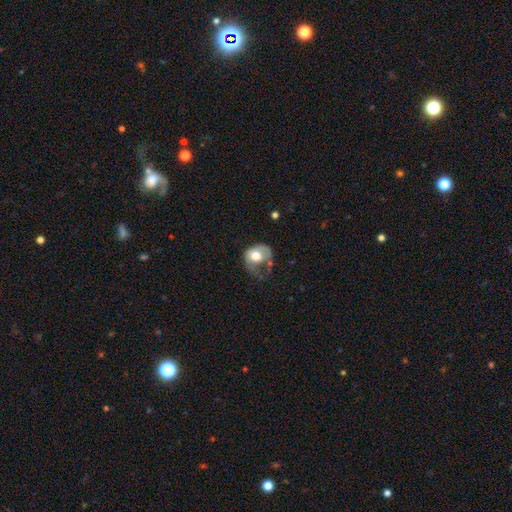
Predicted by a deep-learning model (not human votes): Q: Smooth or featured?
A: smooth (56%); runner-up: featured or disk (37%)
Q: How rounded?
A: in between (50%); runner-up: round (49%)
Q: Merging?
A: major disturbance (51%); runner-up: minor disturbance (25%)